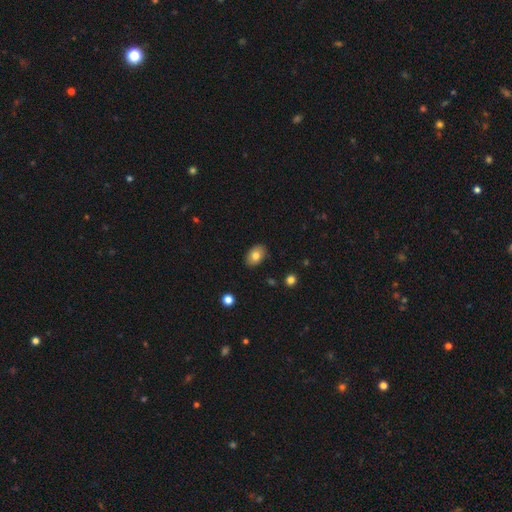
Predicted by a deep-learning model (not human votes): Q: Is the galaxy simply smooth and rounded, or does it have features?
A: smooth — 78%.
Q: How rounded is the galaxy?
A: in between — 86%.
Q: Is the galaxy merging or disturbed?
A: none — 87%.